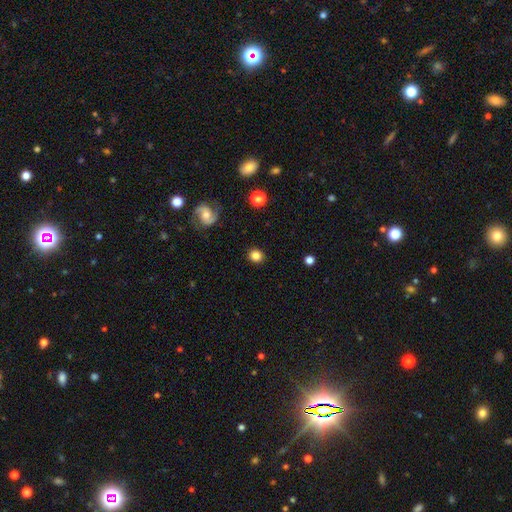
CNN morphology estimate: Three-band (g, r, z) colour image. It shows a smooth galaxy with no disk features (83%) that is round (85%). Merging: none (89%).